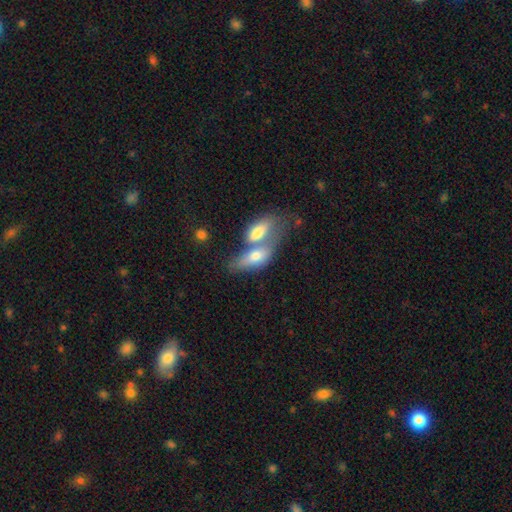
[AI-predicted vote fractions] This appears to be a smooth galaxy with no disk features (67%) that is in between round and cigar-shaped (78%). Merging: merger (69%).